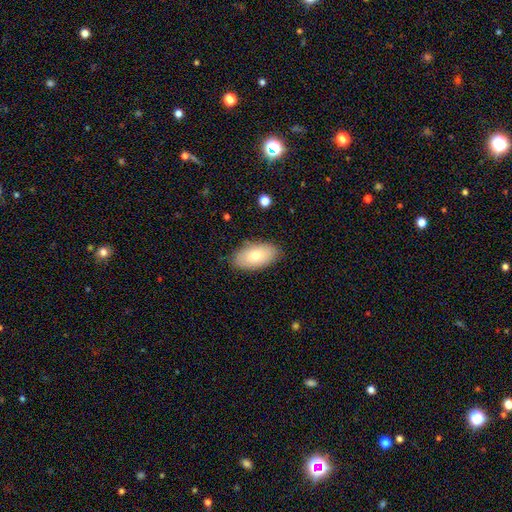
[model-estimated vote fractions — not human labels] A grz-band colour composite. It shows a smooth galaxy with no disk features (75%) that is in between round and cigar-shaped (95%). Merging: none (83%).